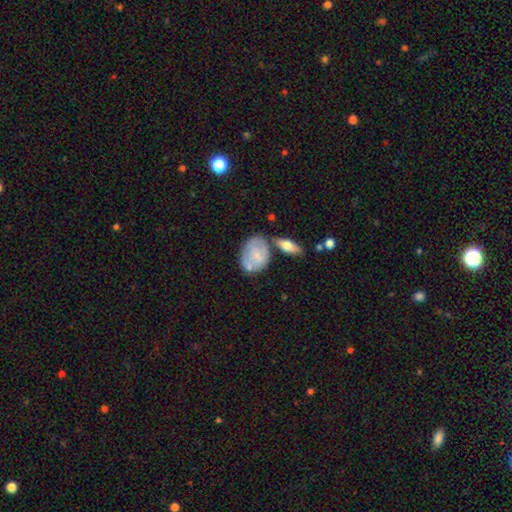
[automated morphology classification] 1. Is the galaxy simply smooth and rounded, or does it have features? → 58% smooth, 35% featured or disk, 6% star or artifact.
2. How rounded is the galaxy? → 76% in between, 22% round, 2% cigar-shaped.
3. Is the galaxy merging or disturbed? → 49% none, 24% minor disturbance, 19% merger, 8% major disturbance.